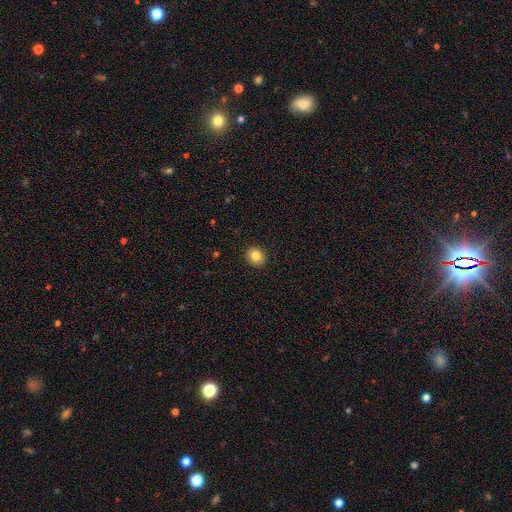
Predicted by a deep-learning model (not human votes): smooth_or_featured: smooth (p=0.83) [alt: star or artifact p=0.10]
how_rounded: round (p=0.76) [alt: in between p=0.23]
merging: none (p=0.92) [alt: minor disturbance p=0.06]